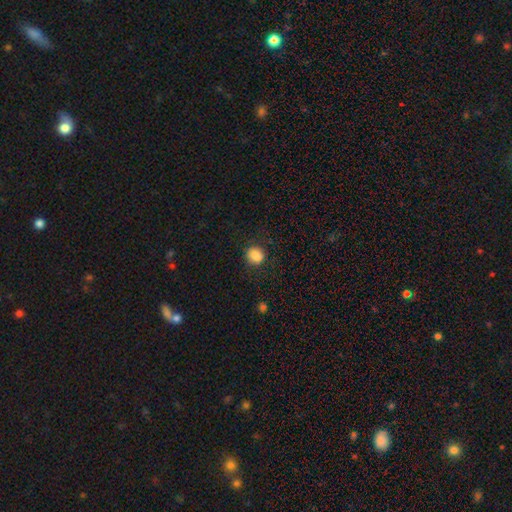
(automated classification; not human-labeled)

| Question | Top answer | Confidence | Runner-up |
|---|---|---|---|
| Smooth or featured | smooth | 86% | star or artifact (10%) |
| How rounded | round | 69% | in between (30%) |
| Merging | none | 79% | minor disturbance (14%) |